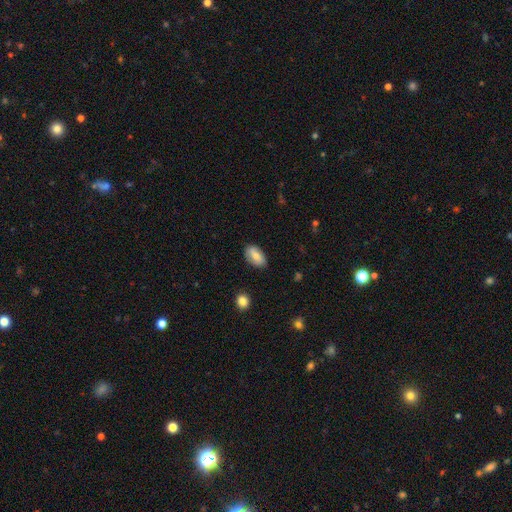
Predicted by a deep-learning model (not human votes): Smooth or featured?
  - smooth: 70% *
  - featured or disk: 23%
  - star or artifact: 7%
How rounded?
  - in between: 92% *
  - round: 5%
  - cigar-shaped: 2%
Merging?
  - none: 80% *
  - minor disturbance: 16%
  - major disturbance: 3%
  - merger: 1%